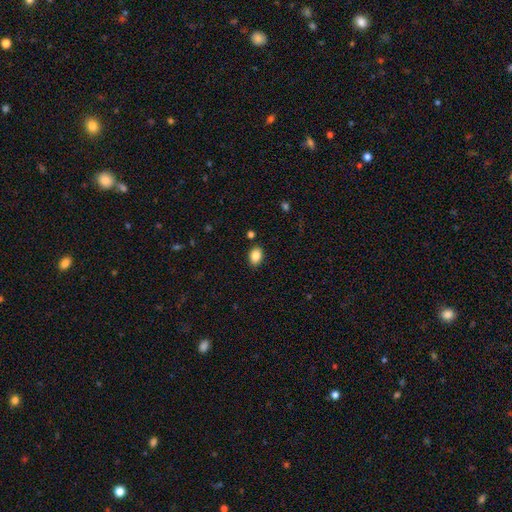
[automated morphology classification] Smooth or featured?
  - smooth: 87% *
  - star or artifact: 9%
  - featured or disk: 5%
How rounded?
  - in between: 79% *
  - round: 20%
  - cigar-shaped: 1%
Merging?
  - none: 86% *
  - minor disturbance: 10%
  - merger: 2%
  - major disturbance: 2%